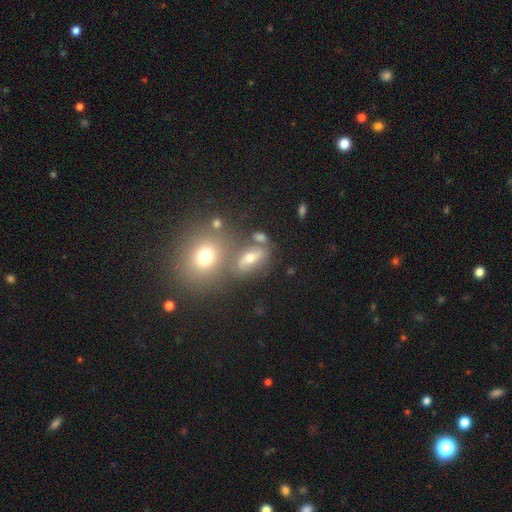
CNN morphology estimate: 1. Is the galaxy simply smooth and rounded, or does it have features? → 48% smooth, 31% featured or disk, 21% star or artifact.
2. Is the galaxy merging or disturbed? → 58% none, 22% merger, 14% minor disturbance, 7% major disturbance.